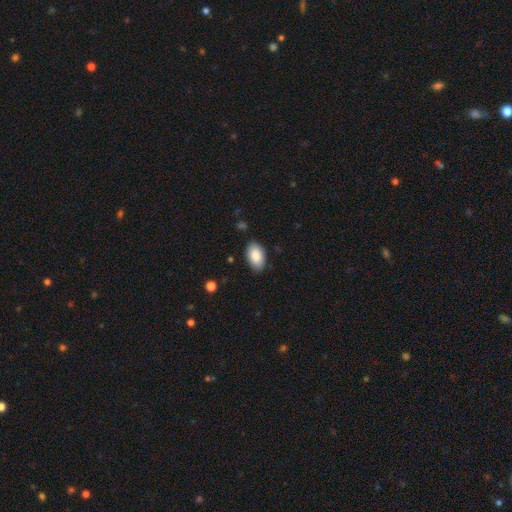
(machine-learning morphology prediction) smooth_or_featured: smooth (p=0.88) [alt: star or artifact p=0.06]
how_rounded: in between (p=0.94) [alt: round p=0.04]
merging: none (p=0.85) [alt: minor disturbance p=0.11]